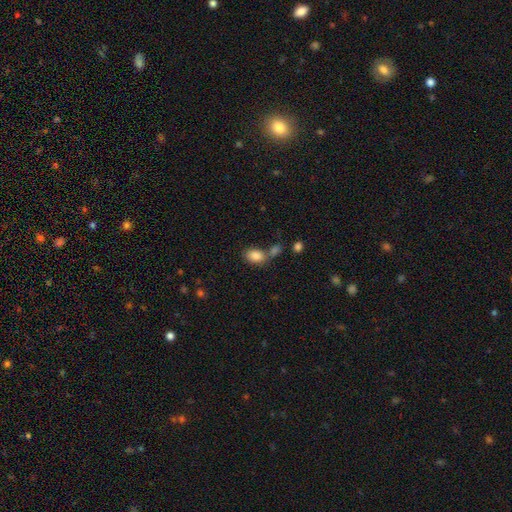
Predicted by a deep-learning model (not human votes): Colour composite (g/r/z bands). It shows a smooth galaxy with no disk features (85%) that is in between round and cigar-shaped (86%). Merging: none (54%).